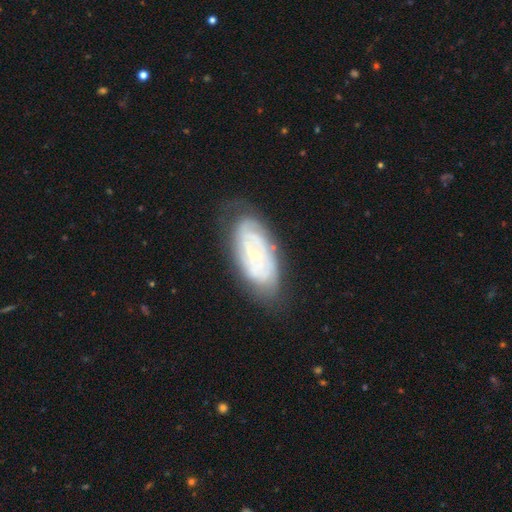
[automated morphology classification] This appears to be a featured or disk galaxy (75%) with no bar (56%), tight (68%) spiral arms (85%) and a small central bulge (73%). Merging: none (71%).